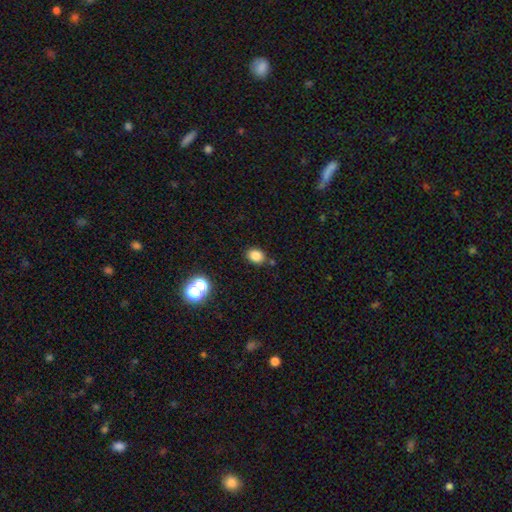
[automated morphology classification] Smooth or featured?
  - smooth: 83% *
  - star or artifact: 12%
  - featured or disk: 6%
How rounded?
  - in between: 61% *
  - round: 38%
  - cigar-shaped: 1%
Merging?
  - none: 81% *
  - minor disturbance: 10%
  - merger: 6%
  - major disturbance: 3%